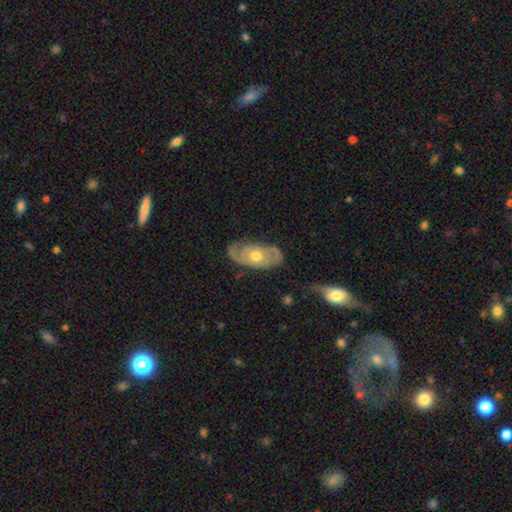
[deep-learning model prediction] Smooth or featured: featured or disk — 79% (smooth — 15%)
Edge-on disk: no — 93% (yes — 7%)
Bar: no — 80% (weak — 16%)
Spiral arms: yes — 86% (no — 14%)
Spiral winding: tight — 55% (medium — 32%)
Spiral arm count: 2 — 68% (can't tell — 16%)
Bulge size: moderate — 73% (small — 20%)
Merging: none — 74% (minor disturbance — 18%)